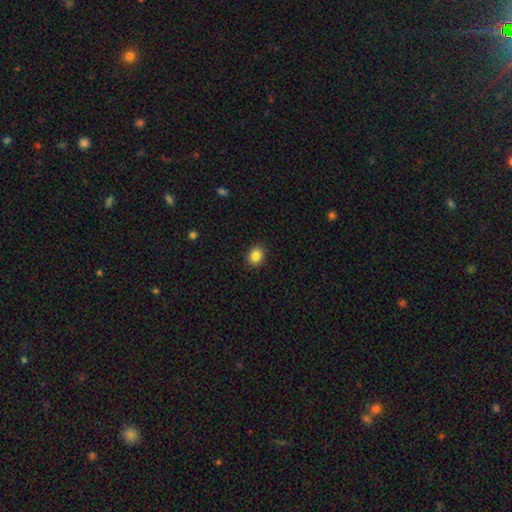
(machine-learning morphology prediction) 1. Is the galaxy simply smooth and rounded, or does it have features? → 86% smooth, 10% star or artifact, 4% featured or disk.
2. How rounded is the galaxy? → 63% round, 36% in between, 1% cigar-shaped.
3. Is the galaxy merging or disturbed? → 89% none, 8% minor disturbance, 2% major disturbance, 1% merger.